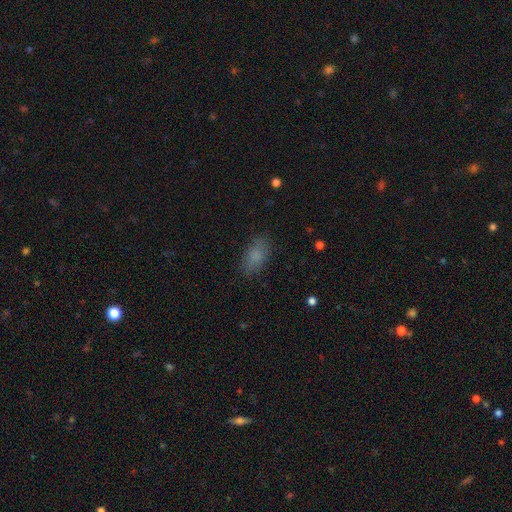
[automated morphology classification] This appears to be a smooth galaxy with no disk features (82%) that is in between round and cigar-shaped (90%). Merging: none (82%).